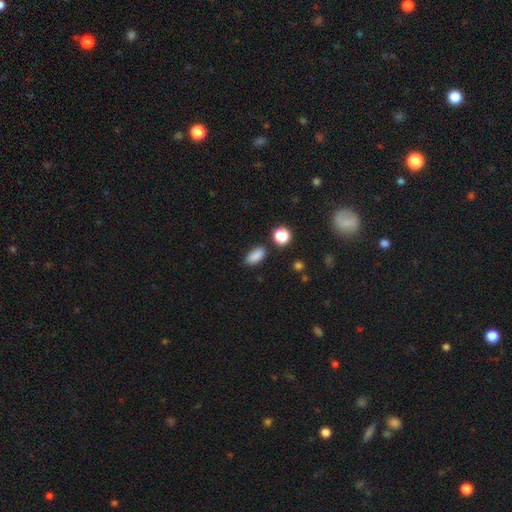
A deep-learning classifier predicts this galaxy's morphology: type=smooth (86%); roundness=in between (86%); merging=none (82%).